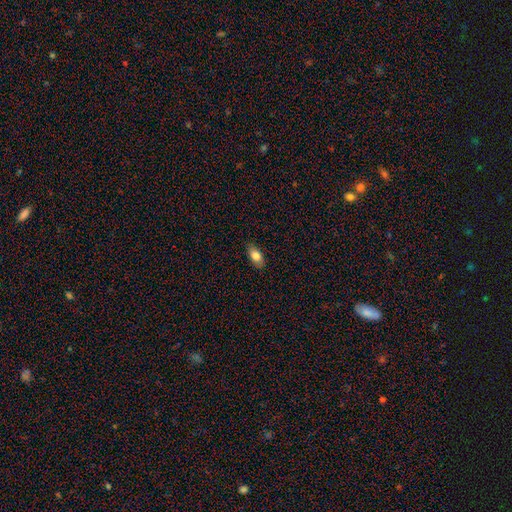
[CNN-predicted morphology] This is clearly a smooth galaxy (83%). How rounded: clearly in between (90%). Merging: clearly none (86%).